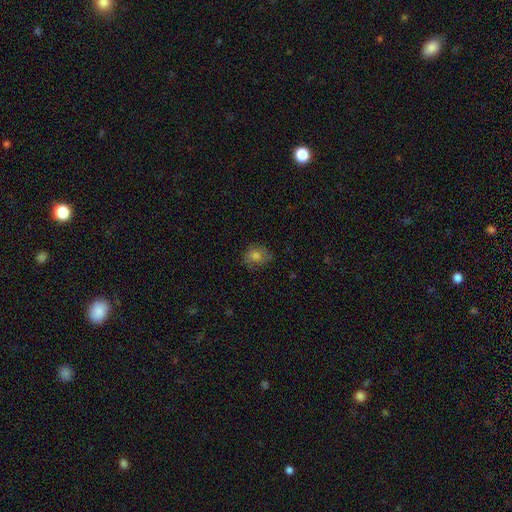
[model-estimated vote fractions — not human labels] Smooth or featured? Predicted: smooth (p=0.76). How rounded? Predicted: round (p=0.57). Merging? Predicted: none (p=0.73).